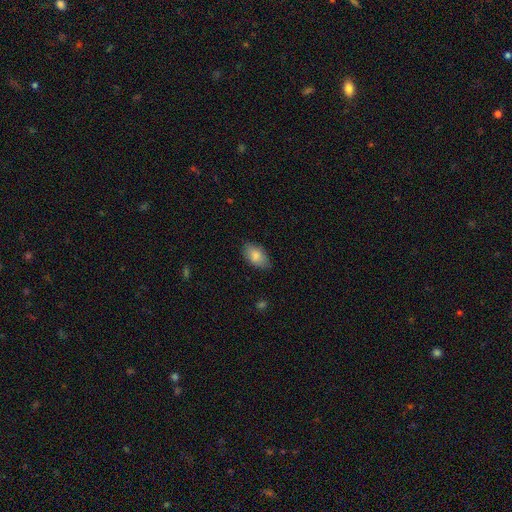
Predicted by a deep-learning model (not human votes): A smooth galaxy with no disk features (85%) that is in between round and cigar-shaped (93%).

Vote fractions:
- Smooth or featured? smooth: 85% / featured or disk: 8% / star or artifact: 7%
- How rounded? in between: 93% / round: 4% / cigar-shaped: 2%
- Merging? none: 82% / minor disturbance: 14% / major disturbance: 3% / merger: 1%